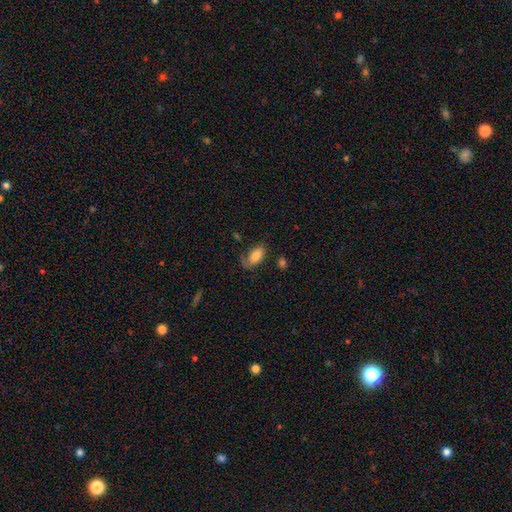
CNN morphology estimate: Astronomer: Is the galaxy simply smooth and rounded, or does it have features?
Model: smooth — 79%.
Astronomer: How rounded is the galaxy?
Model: in between — 93%.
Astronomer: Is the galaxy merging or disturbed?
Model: none — 55%.